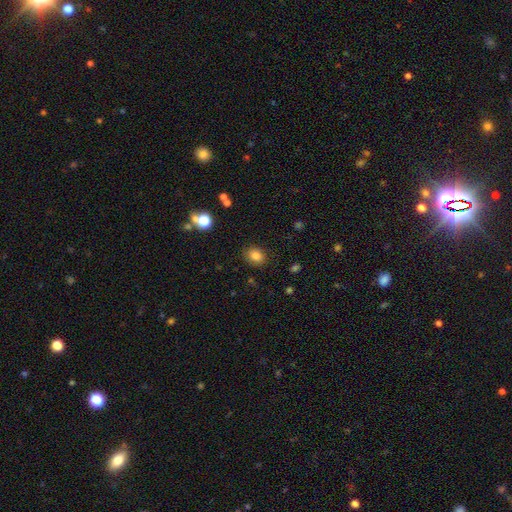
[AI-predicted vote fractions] Smooth or featured?
  - smooth: 82% *
  - star or artifact: 12%
  - featured or disk: 6%
How rounded?
  - round: 57% *
  - in between: 43%
  - cigar-shaped: 1%
Merging?
  - none: 87% *
  - minor disturbance: 8%
  - major disturbance: 3%
  - merger: 2%